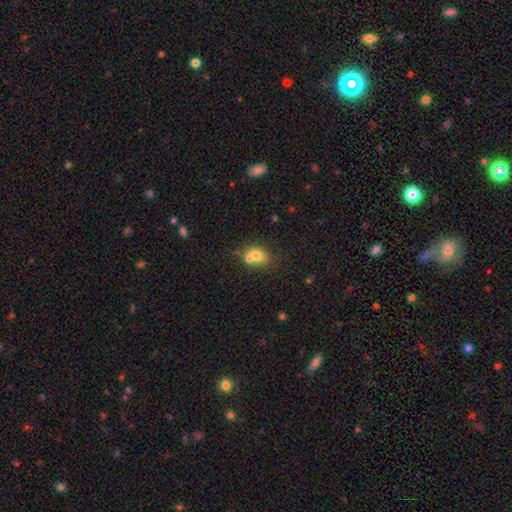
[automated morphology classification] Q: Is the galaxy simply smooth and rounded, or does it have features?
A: smooth — 71%.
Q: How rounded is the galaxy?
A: in between — 51%.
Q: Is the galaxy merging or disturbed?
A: none — 42%.